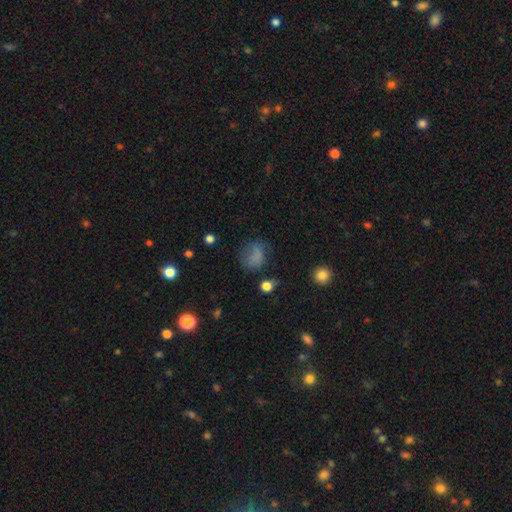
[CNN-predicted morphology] Smooth or featured? smooth (72%)
How rounded? round (56%)
Merging? none (51%)